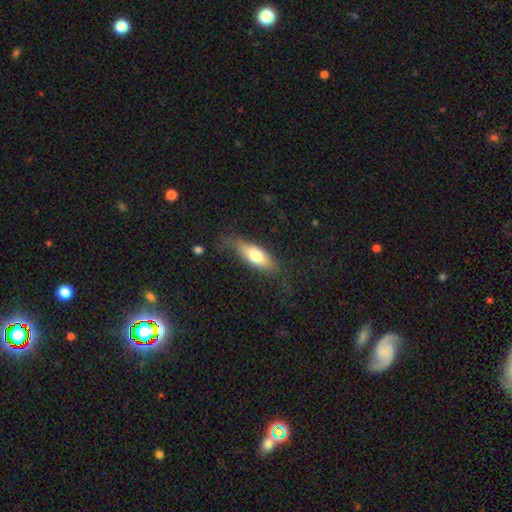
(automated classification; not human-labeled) smooth 65%, featured or disk 29%, star or artifact 6%. Down the decision tree: how rounded — in between (65%); merging — none (64%).